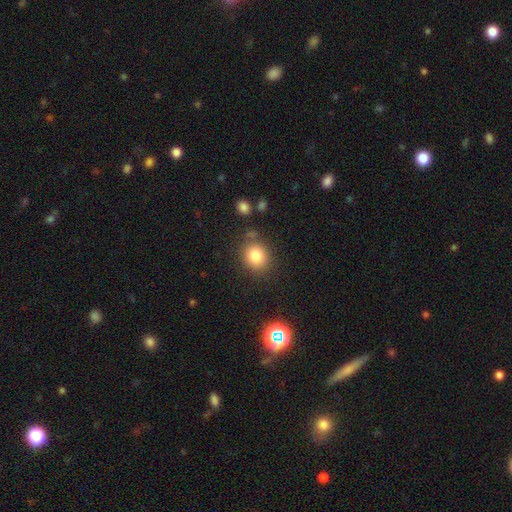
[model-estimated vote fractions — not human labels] smooth-or-featured: smooth: 82% | star or artifact: 11% | featured or disk: 7%
  how-rounded: round: 75% | in between: 24% | cigar-shaped: 1%
  merging: none: 78% | minor disturbance: 12% | merger: 6% | major disturbance: 4%